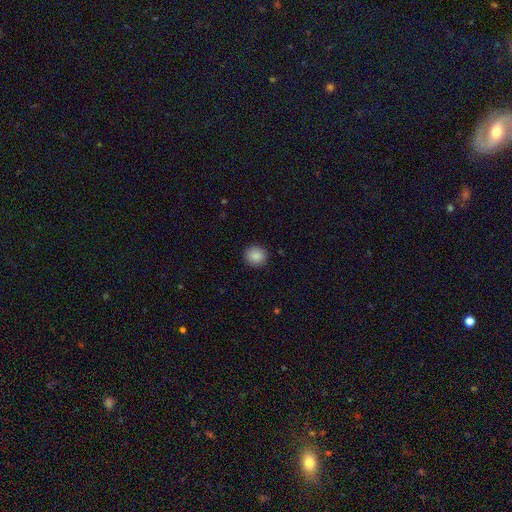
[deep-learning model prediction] The model was most divided on "smooth or featured": smooth: 88%, star or artifact: 9%, featured or disk: 3%. More confident: merging — none (92%); how rounded — round (90%).